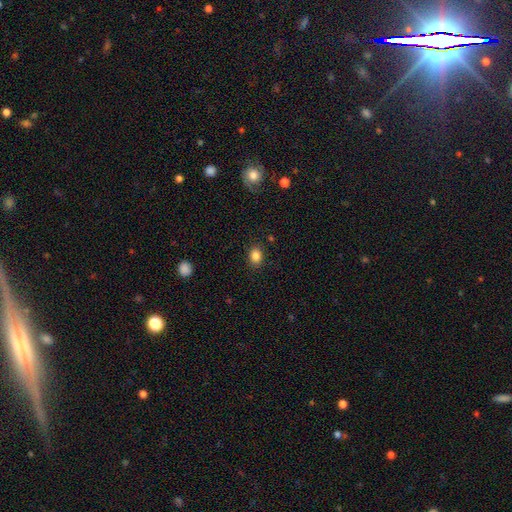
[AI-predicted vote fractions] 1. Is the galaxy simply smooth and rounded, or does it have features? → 85% smooth, 10% star or artifact, 5% featured or disk.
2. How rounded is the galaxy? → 63% in between, 36% round, 1% cigar-shaped.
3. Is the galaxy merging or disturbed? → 86% none, 10% minor disturbance, 3% major disturbance, 1% merger.